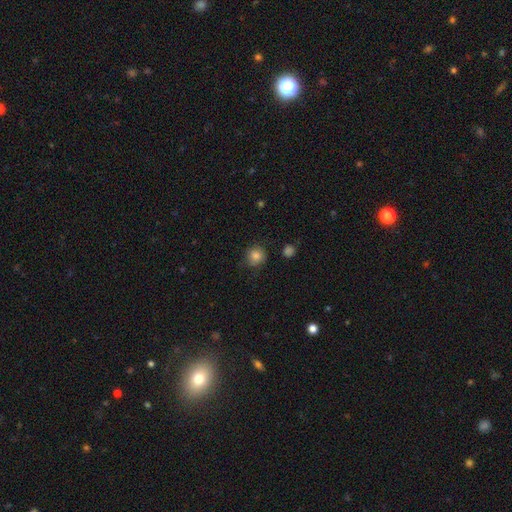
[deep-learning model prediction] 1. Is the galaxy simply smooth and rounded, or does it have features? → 84% smooth, 11% star or artifact, 5% featured or disk.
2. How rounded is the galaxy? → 87% round, 12% in between, 1% cigar-shaped.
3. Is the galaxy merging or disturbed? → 80% none, 15% minor disturbance, 4% major disturbance, 2% merger.